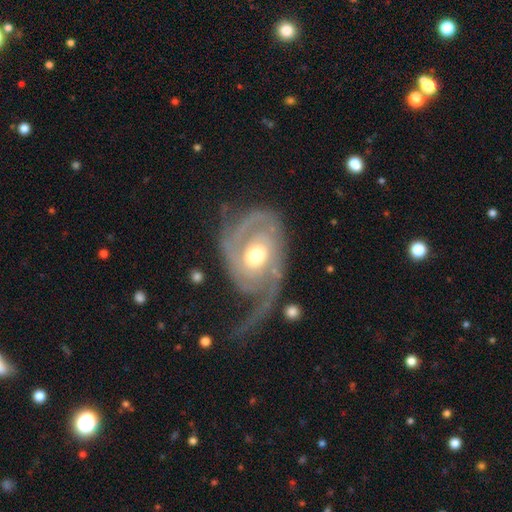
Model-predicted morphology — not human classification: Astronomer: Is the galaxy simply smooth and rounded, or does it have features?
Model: featured or disk — 88%.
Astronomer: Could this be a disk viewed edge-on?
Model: no — 97%.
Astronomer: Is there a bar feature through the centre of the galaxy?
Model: no — 72%.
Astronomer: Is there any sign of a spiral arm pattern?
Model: yes — 94%.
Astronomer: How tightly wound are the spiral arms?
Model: tight — 46% (runner-up: medium, 33%).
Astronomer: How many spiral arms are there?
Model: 2 — 53%.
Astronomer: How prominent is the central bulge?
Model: moderate — 69%.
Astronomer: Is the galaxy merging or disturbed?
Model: none — 42% (runner-up: major disturbance, 36%).